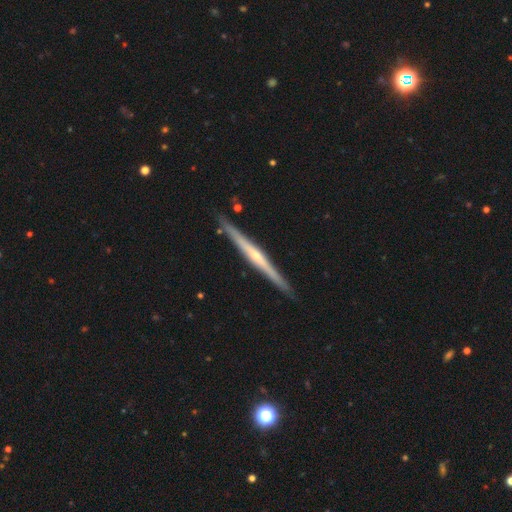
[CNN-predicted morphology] type=featured or disk (77%); edge-on=yes (98%); edge-on bulge=rounded (66%); merging=none (90%).